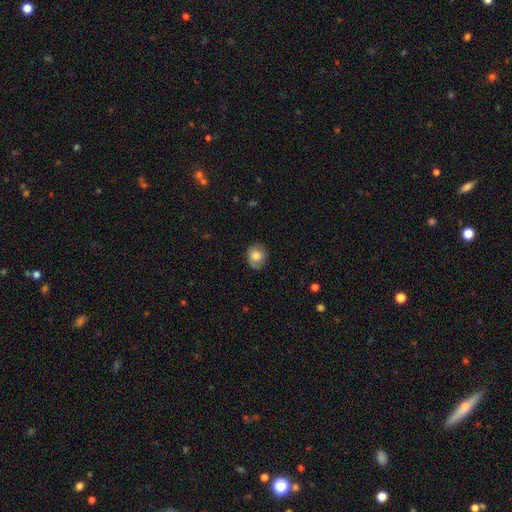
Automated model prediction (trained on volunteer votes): smooth-or-featured: smooth: 78% | featured or disk: 14% | star or artifact: 8%
  how-rounded: round: 69% | in between: 30% | cigar-shaped: 1%
  merging: none: 79% | minor disturbance: 16% | major disturbance: 3% | merger: 1%